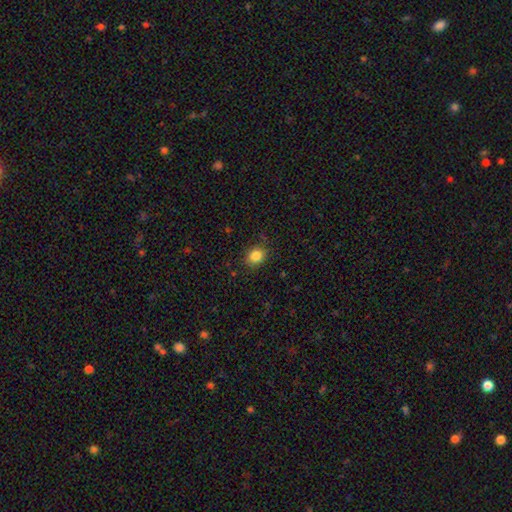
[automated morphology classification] A smooth galaxy with no disk features (84%) that is round (55%). Merging: none (85%).